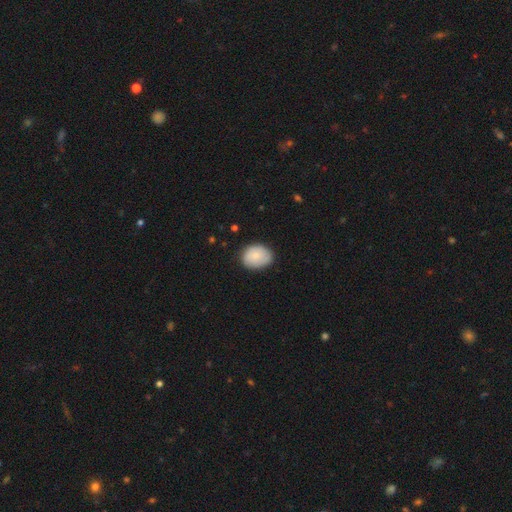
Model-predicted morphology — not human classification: smooth 81%, featured or disk 13%, star or artifact 6%. Down the decision tree: how rounded — in between (64%); merging — none (77%).